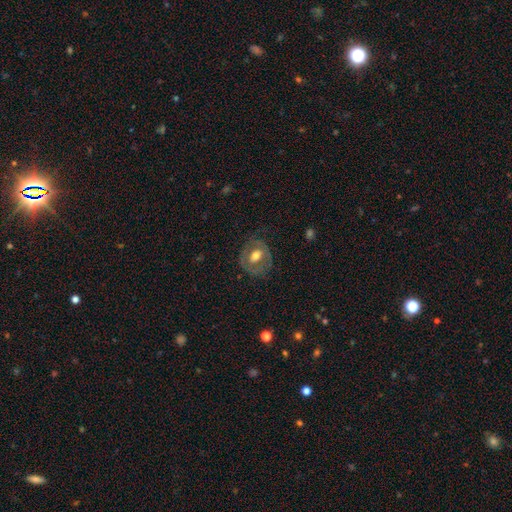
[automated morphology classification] Smooth or featured: featured or disk — 49% (smooth — 44%)
Merging: none — 73% (minor disturbance — 17%)